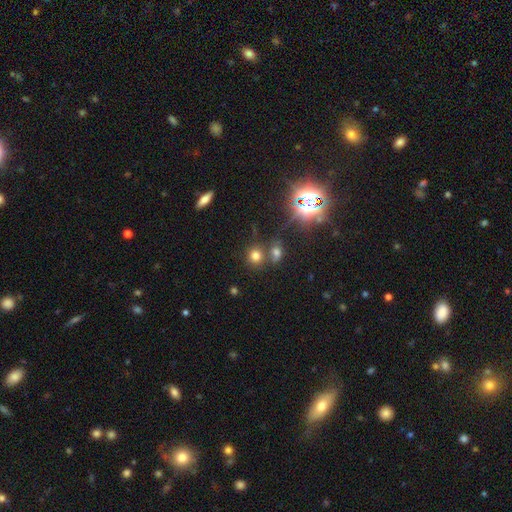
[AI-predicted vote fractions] Overall: smooth (67%). How rounded: round (83%). Merging: none (66%).